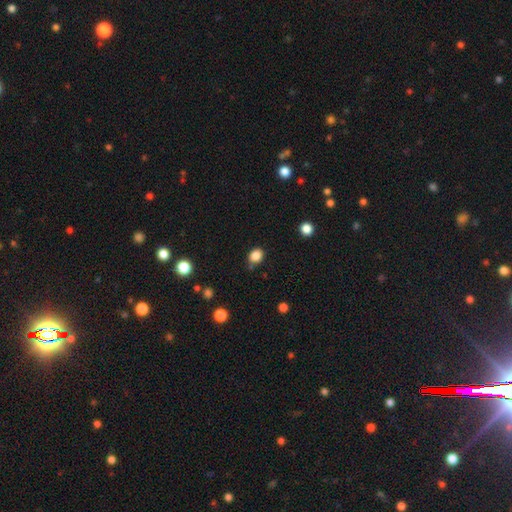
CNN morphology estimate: smooth 84%, star or artifact 11%, featured or disk 4%. Down the decision tree: how rounded — round (57%); merging — none (75%).